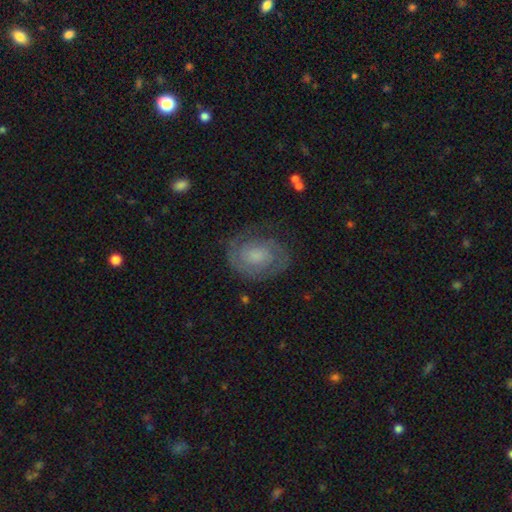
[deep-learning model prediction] Smooth or featured: featured or disk — 72% (smooth — 21%)
Edge-on disk: no — 97% (yes — 3%)
Bar: no — 65% (weak — 30%)
Spiral arms: yes — 90% (no — 10%)
Spiral winding: tight — 57% (medium — 33%)
Spiral arm count: 2 — 66% (can't tell — 19%)
Bulge size: small — 34% (moderate — 31%)
Merging: none — 75% (minor disturbance — 16%)